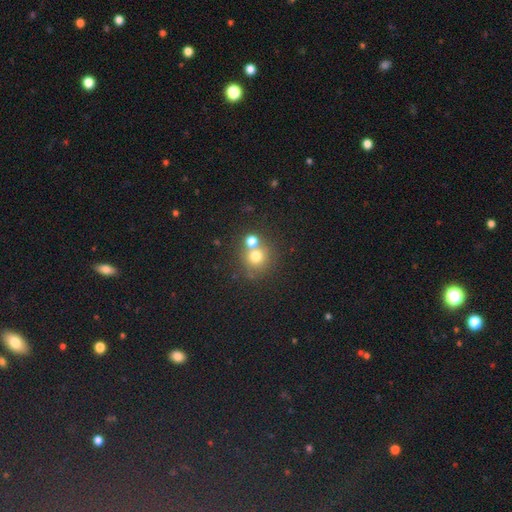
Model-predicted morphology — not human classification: smooth-or-featured: smooth: 72% | star or artifact: 16% | featured or disk: 12%
  how-rounded: round: 89% | in between: 10% | cigar-shaped: 1%
  merging: none: 55% | merger: 35% | minor disturbance: 7% | major disturbance: 3%